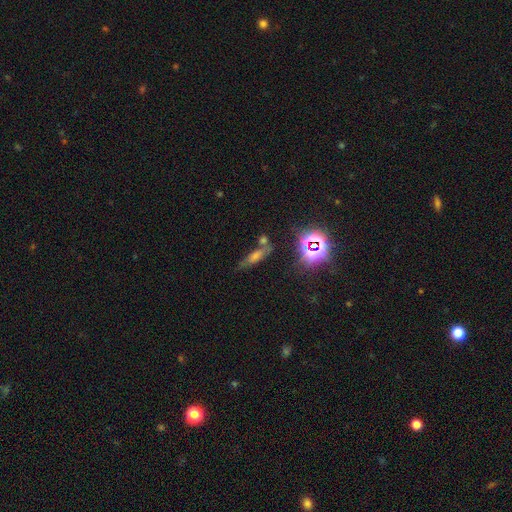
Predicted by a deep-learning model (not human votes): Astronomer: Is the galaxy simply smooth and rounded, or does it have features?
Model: smooth — 40% (runner-up: star or artifact, 37%).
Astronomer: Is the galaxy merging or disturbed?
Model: none — 57%.